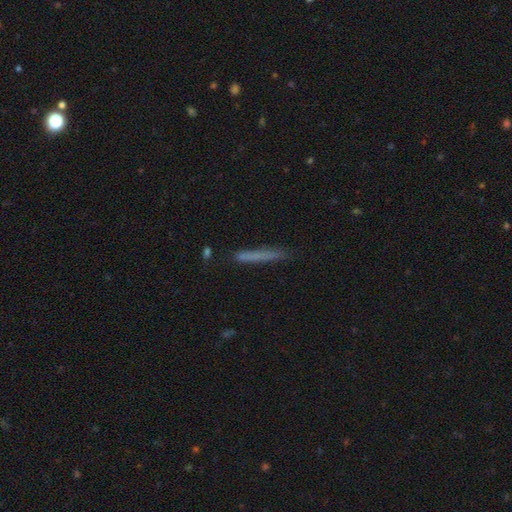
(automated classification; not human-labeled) smooth_or_featured: smooth (p=0.67) [alt: featured or disk p=0.25]
how_rounded: cigar-shaped (p=0.96) [alt: in between p=0.02]
merging: none (p=0.84) [alt: minor disturbance p=0.12]